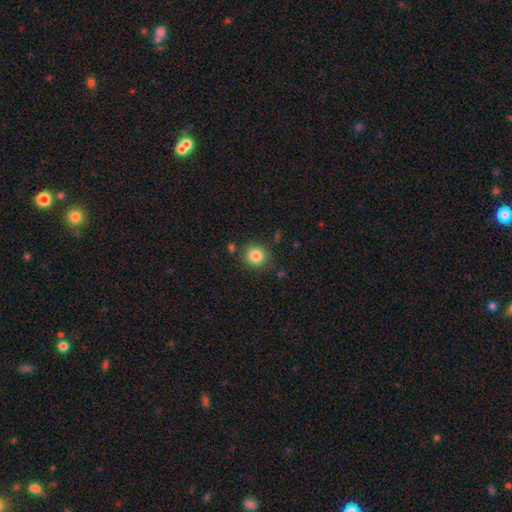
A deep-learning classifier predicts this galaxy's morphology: A smooth galaxy with no disk features (84%) that is round (89%).

Vote fractions:
- Smooth or featured? smooth: 84% / star or artifact: 10% / featured or disk: 5%
- How rounded? round: 89% / in between: 10% / cigar-shaped: 1%
- Merging? none: 83% / minor disturbance: 10% / merger: 3% / major disturbance: 3%